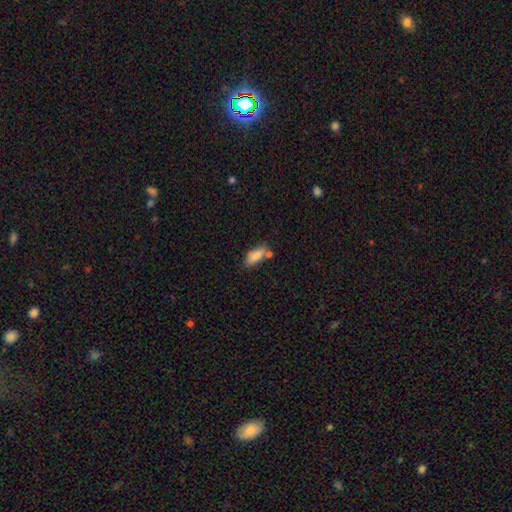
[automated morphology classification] smooth_or_featured: smooth (p=0.84) [alt: featured or disk p=0.09]
how_rounded: in between (p=0.73) [alt: cigar-shaped p=0.24]
merging: none (p=0.61) [alt: minor disturbance p=0.18]